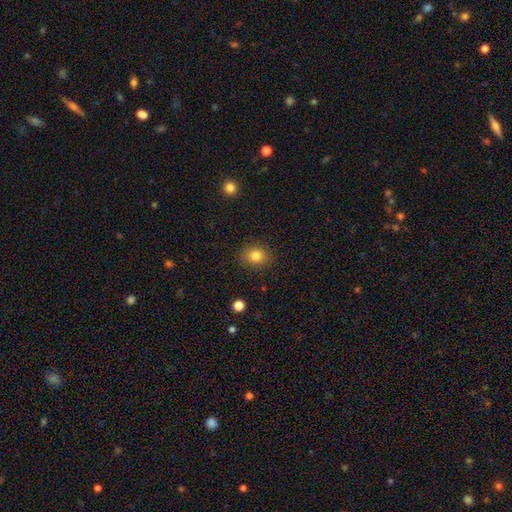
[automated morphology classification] smooth_or_featured: smooth (p=0.82) [alt: star or artifact p=0.11]
how_rounded: round (p=0.59) [alt: in between p=0.40]
merging: none (p=0.86) [alt: minor disturbance p=0.10]